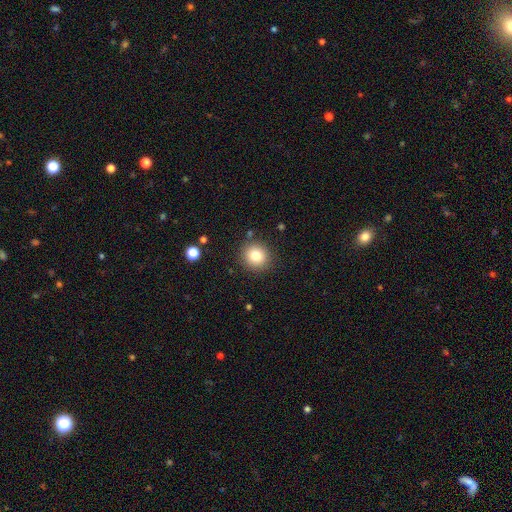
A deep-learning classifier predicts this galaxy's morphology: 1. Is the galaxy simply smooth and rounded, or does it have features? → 80% smooth, 12% star or artifact, 9% featured or disk.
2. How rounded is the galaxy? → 91% round, 8% in between, 1% cigar-shaped.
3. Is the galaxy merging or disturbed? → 88% none, 8% minor disturbance, 3% major disturbance, 2% merger.